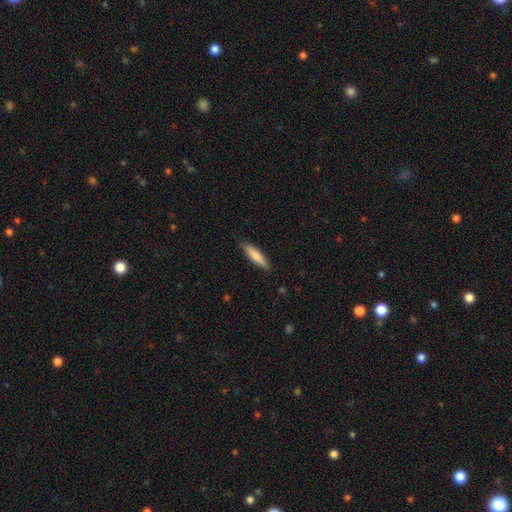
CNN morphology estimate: smooth_or_featured: smooth (p=0.79) [alt: featured or disk p=0.15]
how_rounded: cigar-shaped (p=0.79) [alt: in between p=0.19]
merging: none (p=0.87) [alt: minor disturbance p=0.10]